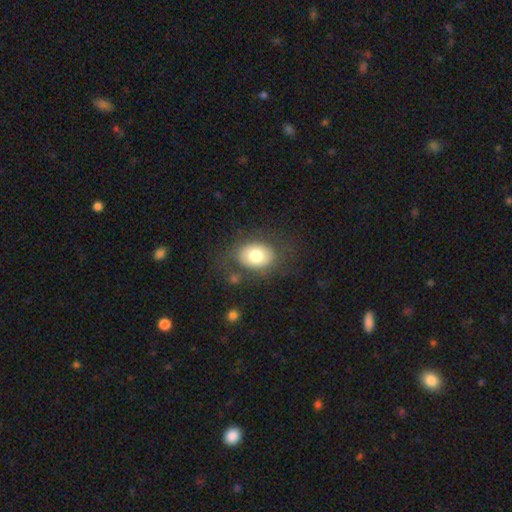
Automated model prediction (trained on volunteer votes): This is likely a smooth galaxy (73%). How rounded: likely in between (67%). Merging: likely none (73%).